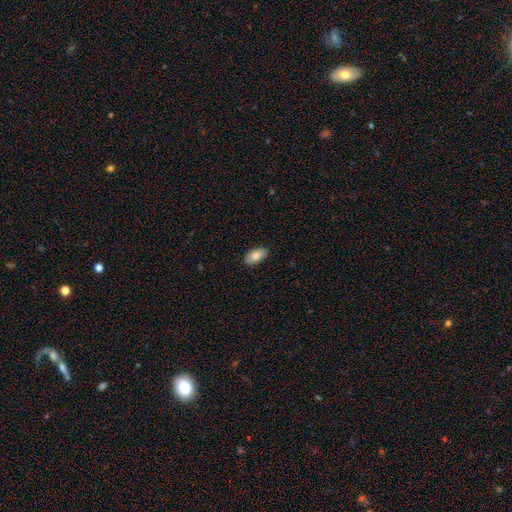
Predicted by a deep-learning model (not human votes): Smooth or featured?
  - smooth: 80% *
  - featured or disk: 14%
  - star or artifact: 7%
How rounded?
  - in between: 93% *
  - cigar-shaped: 4%
  - round: 3%
Merging?
  - none: 88% *
  - minor disturbance: 10%
  - major disturbance: 2%
  - merger: 1%